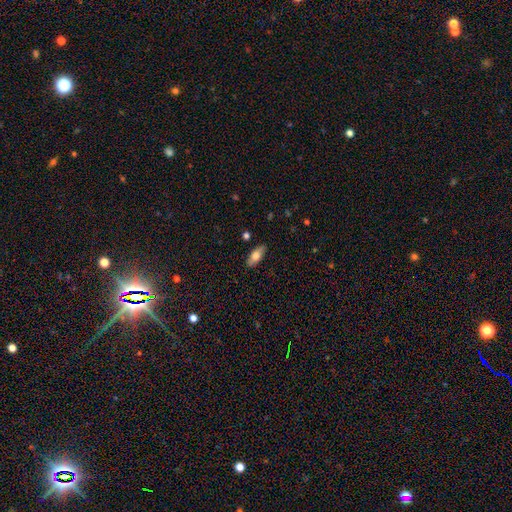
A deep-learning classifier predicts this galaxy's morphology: type=smooth (70%); roundness=in between (78%); merging=none (87%).